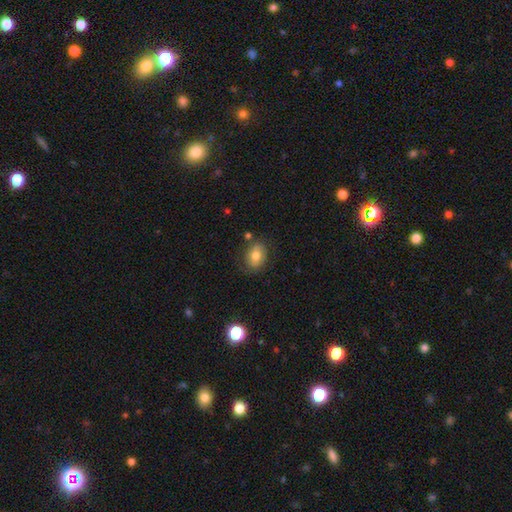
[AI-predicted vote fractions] Overall: smooth (74%). How rounded: in between (62%; round 37%). Merging: none (77%).